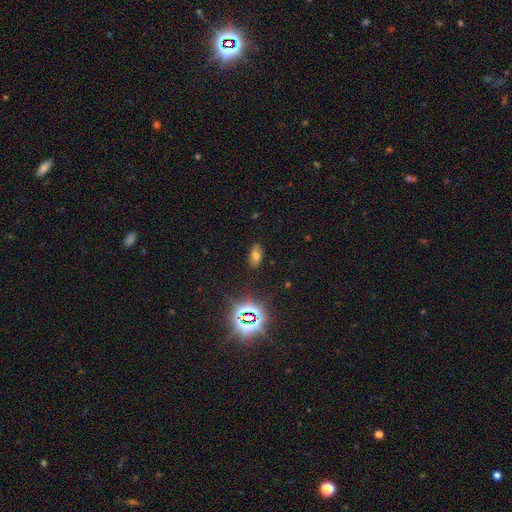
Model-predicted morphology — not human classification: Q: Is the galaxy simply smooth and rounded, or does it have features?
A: smooth — 61%.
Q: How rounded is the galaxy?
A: in between — 89%.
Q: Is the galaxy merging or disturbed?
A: none — 81%.